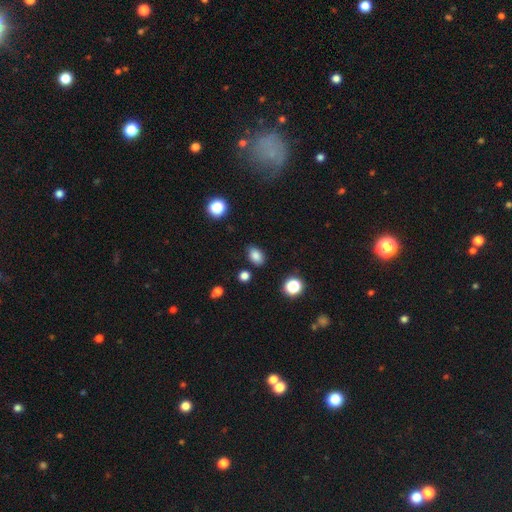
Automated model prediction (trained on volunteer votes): A smooth galaxy with no disk features (84%) that is in between round and cigar-shaped (84%).

Vote fractions:
- Smooth or featured? smooth: 84% / star or artifact: 11% / featured or disk: 5%
- How rounded? in between: 84% / round: 15% / cigar-shaped: 1%
- Merging? none: 83% / minor disturbance: 11% / major disturbance: 3% / merger: 3%